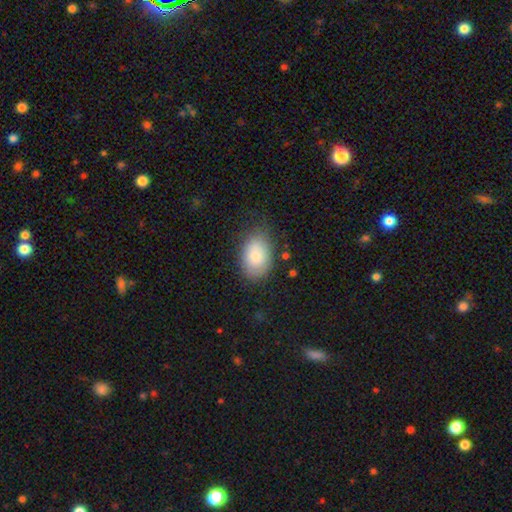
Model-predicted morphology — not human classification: The model was most divided on "merging": none: 70%, minor disturbance: 22%, major disturbance: 6%, merger: 2%. More confident: how rounded — in between (86%); smooth or featured — smooth (84%).